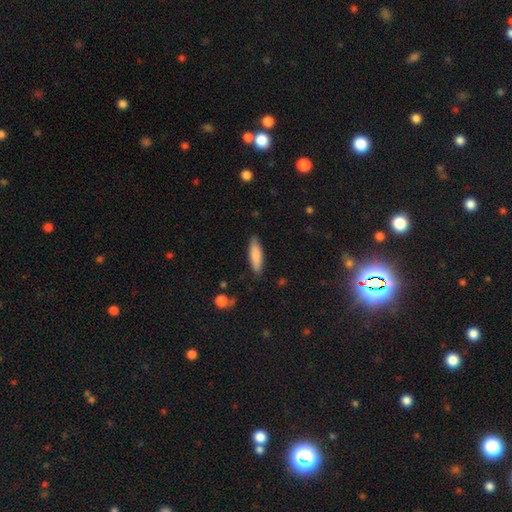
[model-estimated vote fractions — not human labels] Smooth or featured?
  - smooth: 82% *
  - featured or disk: 13%
  - star or artifact: 6%
How rounded?
  - cigar-shaped: 59% *
  - in between: 39%
  - round: 2%
Merging?
  - none: 86% *
  - minor disturbance: 11%
  - major disturbance: 2%
  - merger: 1%